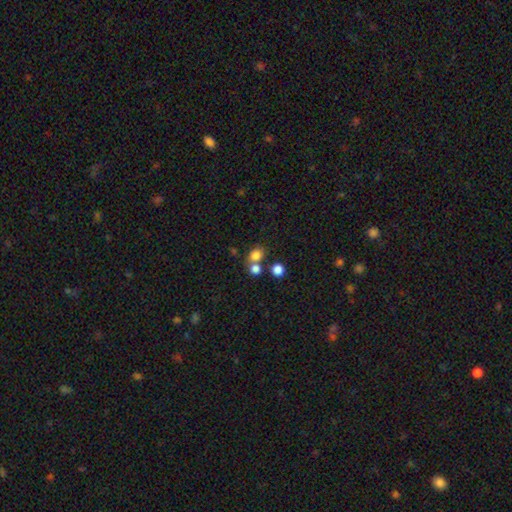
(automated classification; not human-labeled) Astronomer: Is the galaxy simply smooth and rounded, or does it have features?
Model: smooth — 79%.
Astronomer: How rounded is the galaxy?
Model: round — 67%.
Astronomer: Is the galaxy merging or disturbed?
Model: none — 53% (runner-up: merger, 34%).